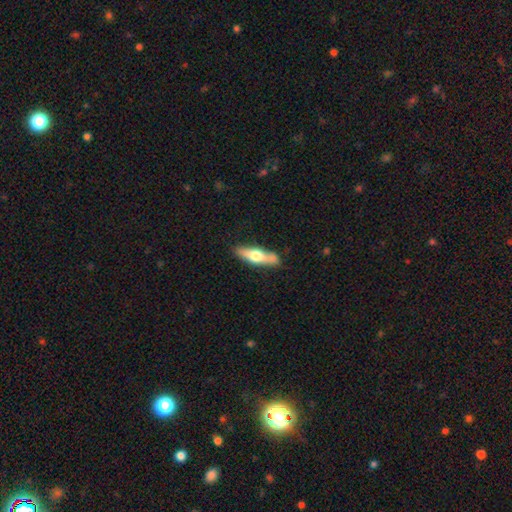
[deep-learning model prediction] smooth-or-featured: featured or disk: 49% | smooth: 46% | star or artifact: 5%
  merging: none: 79% | minor disturbance: 15% | major disturbance: 3% | merger: 3%